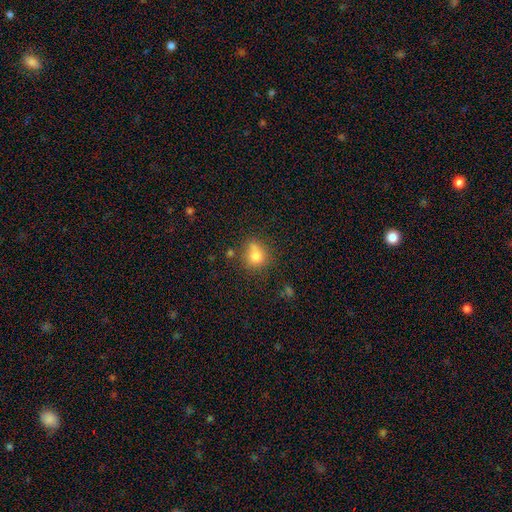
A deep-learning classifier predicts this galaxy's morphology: smooth-or-featured: smooth: 78% | star or artifact: 12% | featured or disk: 10%
  how-rounded: round: 76% | in between: 23% | cigar-shaped: 1%
  merging: none: 52% | minor disturbance: 21% | merger: 18% | major disturbance: 8%